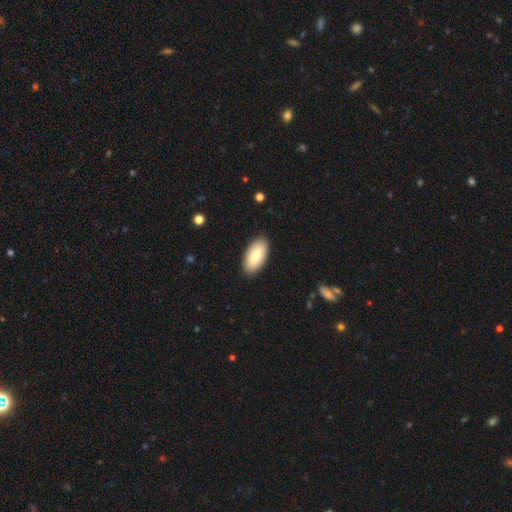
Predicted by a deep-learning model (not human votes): A smooth galaxy with no disk features (76%) that is in between round and cigar-shaped (93%).

Vote fractions:
- Smooth or featured? smooth: 76% / featured or disk: 18% / star or artifact: 6%
- How rounded? in between: 93% / cigar-shaped: 4% / round: 2%
- Merging? none: 88% / minor disturbance: 9% / major disturbance: 2% / merger: 1%